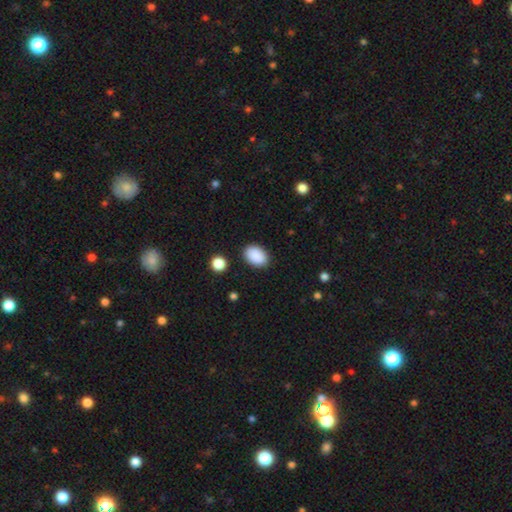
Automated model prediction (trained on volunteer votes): smooth_or_featured: smooth (p=0.90) [alt: star or artifact p=0.07]
how_rounded: in between (p=0.84) [alt: round p=0.15]
merging: none (p=0.88) [alt: minor disturbance p=0.08]